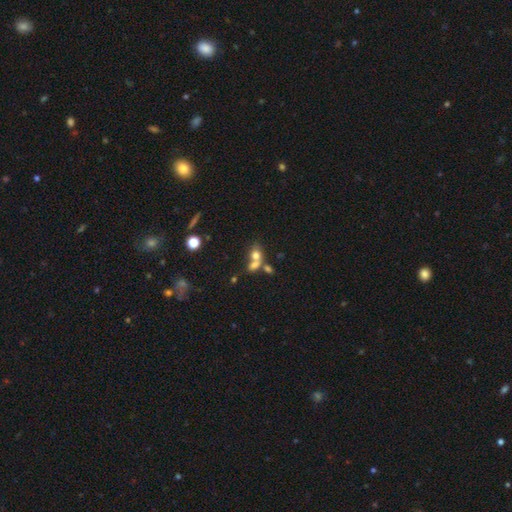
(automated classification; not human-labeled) smooth 68%, featured or disk 19%, star or artifact 14%. Down the decision tree: how rounded — in between (53%); merging — merger (61%).